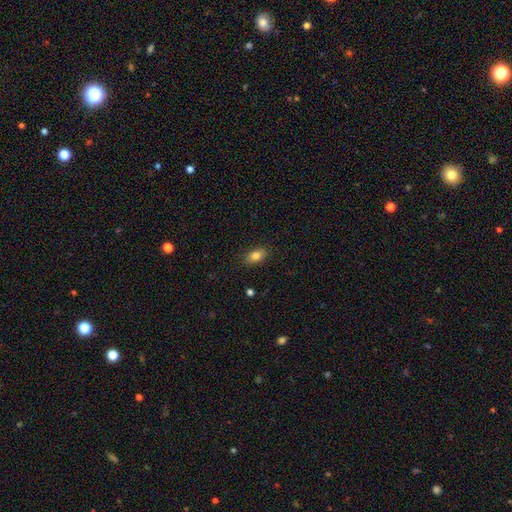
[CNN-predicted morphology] Smooth or featured? Predicted: smooth (p=0.83). How rounded? Predicted: in between (p=0.88). Merging? Predicted: none (p=0.87).